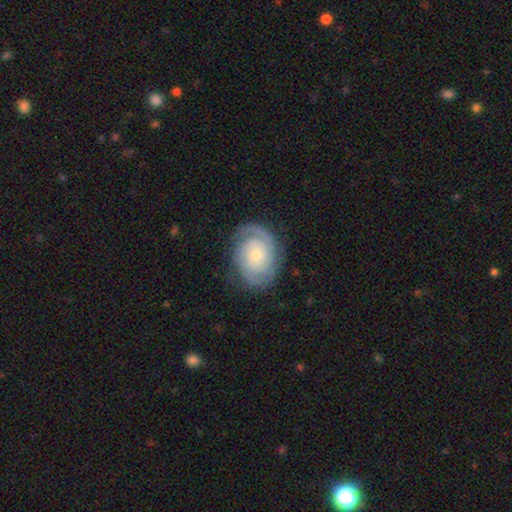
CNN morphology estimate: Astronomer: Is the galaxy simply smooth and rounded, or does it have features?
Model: featured or disk — 83%.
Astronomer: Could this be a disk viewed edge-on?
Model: no — 97%.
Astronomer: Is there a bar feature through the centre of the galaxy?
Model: no — 75%.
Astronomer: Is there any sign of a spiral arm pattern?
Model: yes — 96%.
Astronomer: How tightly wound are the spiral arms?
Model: tight — 67%.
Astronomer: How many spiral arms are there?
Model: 2 — 61%.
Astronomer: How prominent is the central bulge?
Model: small — 65%.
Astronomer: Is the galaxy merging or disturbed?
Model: none — 79%.